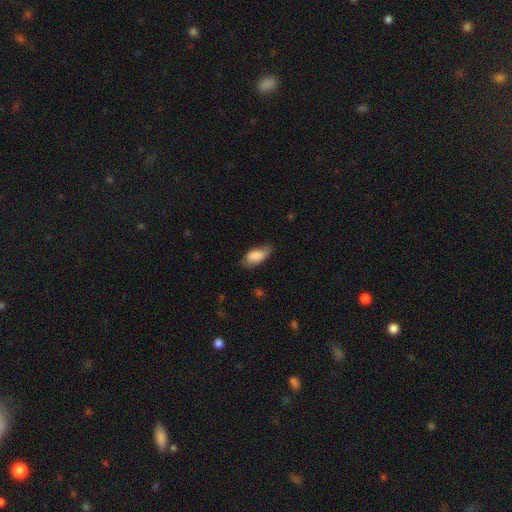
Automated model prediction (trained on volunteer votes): A smooth galaxy with no disk features (82%) that is in between round and cigar-shaped (89%).

Vote fractions:
- Smooth or featured? smooth: 82% / featured or disk: 11% / star or artifact: 7%
- How rounded? in between: 89% / cigar-shaped: 8% / round: 3%
- Merging? none: 62% / minor disturbance: 29% / major disturbance: 8% / merger: 1%